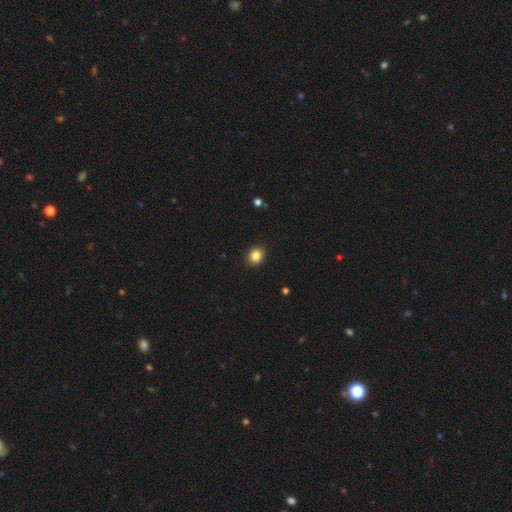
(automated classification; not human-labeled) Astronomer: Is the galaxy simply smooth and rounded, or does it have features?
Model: smooth — 85%.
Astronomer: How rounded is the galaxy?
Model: round — 55% (runner-up: in between, 44%).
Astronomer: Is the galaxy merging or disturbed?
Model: none — 90%.